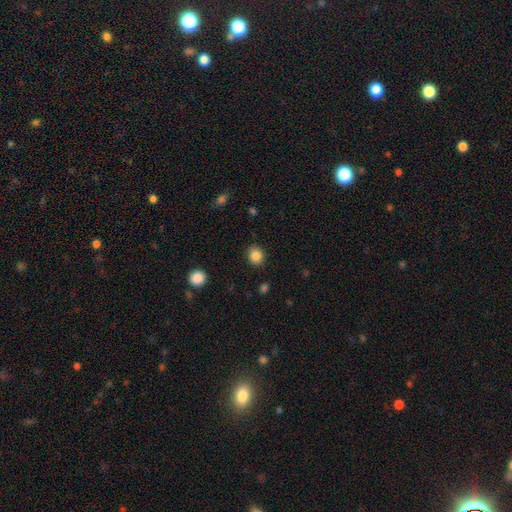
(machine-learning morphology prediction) smooth-or-featured: smooth: 86% | star or artifact: 10% | featured or disk: 4%
  how-rounded: round: 69% | in between: 30% | cigar-shaped: 1%
  merging: none: 87% | minor disturbance: 9% | major disturbance: 2% | merger: 1%